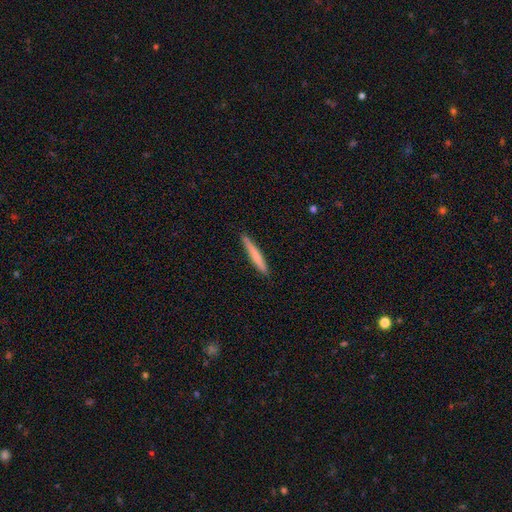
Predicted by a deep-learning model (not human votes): Smooth or featured? Predicted: smooth (p=0.70). How rounded? Predicted: cigar-shaped (p=0.96). Merging? Predicted: none (p=0.91).